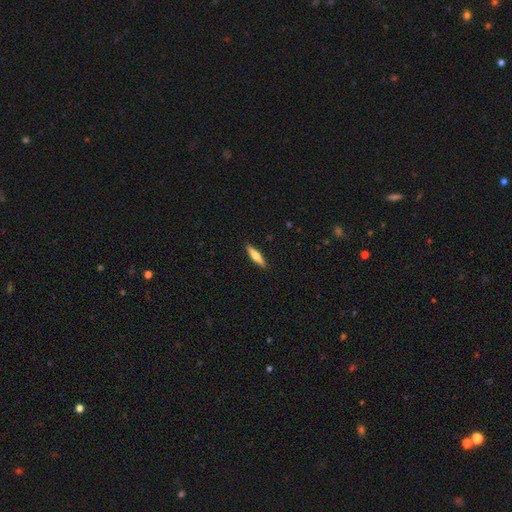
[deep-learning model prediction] Smooth or featured: smooth — 62% (featured or disk — 32%)
How rounded: cigar-shaped — 79% (in between — 19%)
Merging: none — 90% (minor disturbance — 7%)